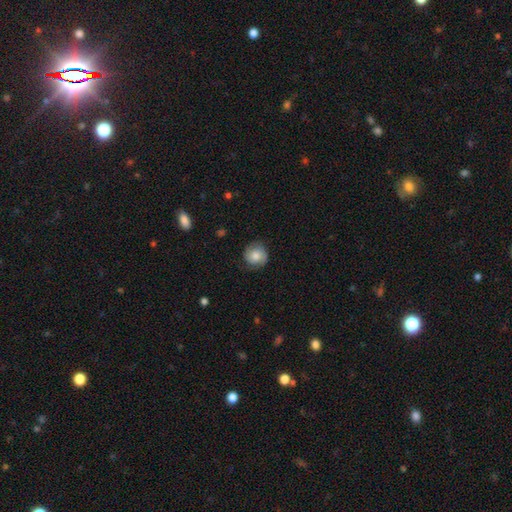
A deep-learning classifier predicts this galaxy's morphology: Overall: smooth (58%; featured or disk 35%). How rounded: round (87%). Merging: none (75%).